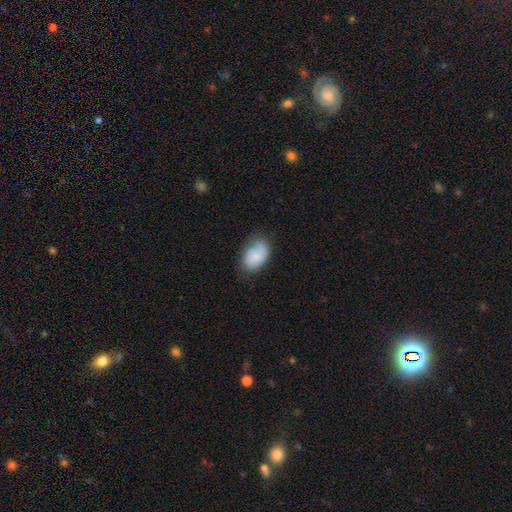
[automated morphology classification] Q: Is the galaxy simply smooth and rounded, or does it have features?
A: smooth — 84%.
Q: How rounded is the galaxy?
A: in between — 89%.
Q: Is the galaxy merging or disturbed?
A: none — 67%.